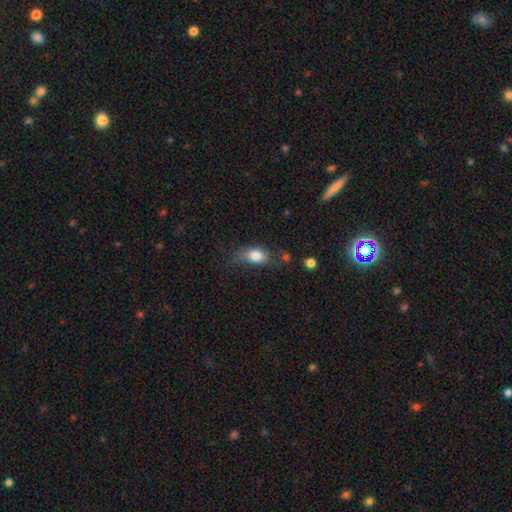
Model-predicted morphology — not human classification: smooth_or_featured: smooth (p=0.81) [alt: featured or disk p=0.10]
how_rounded: in between (p=0.80) [alt: round p=0.16]
merging: none (p=0.51) [alt: minor disturbance p=0.31]